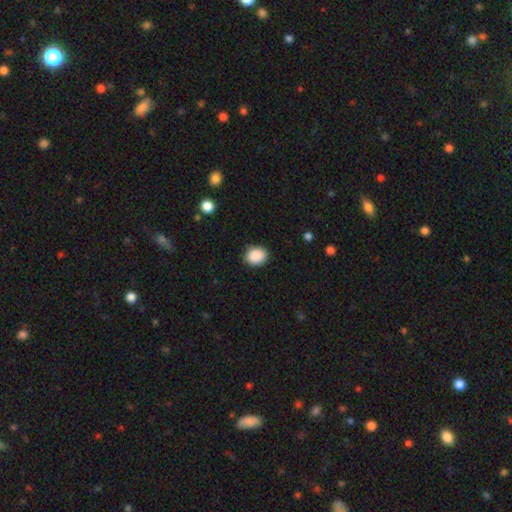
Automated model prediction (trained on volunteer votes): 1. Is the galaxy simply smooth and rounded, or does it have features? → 89% smooth, 8% star or artifact, 3% featured or disk.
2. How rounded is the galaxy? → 58% round, 41% in between, 1% cigar-shaped.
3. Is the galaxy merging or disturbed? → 87% none, 10% minor disturbance, 2% major disturbance, 1% merger.